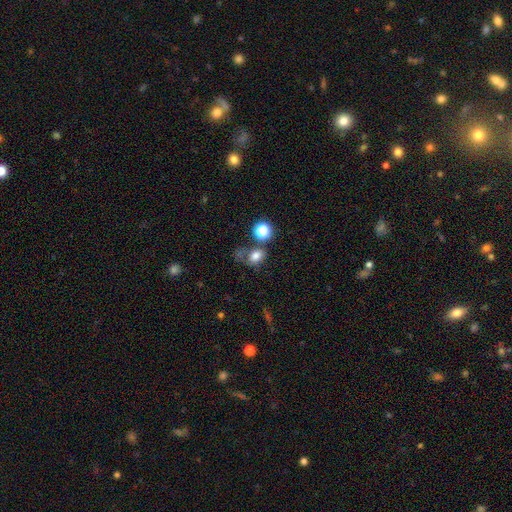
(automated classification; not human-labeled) Smooth or featured: smooth — 74% (star or artifact — 15%)
How rounded: in between — 56% (round — 43%)
Merging: none — 44% (minor disturbance — 20%)